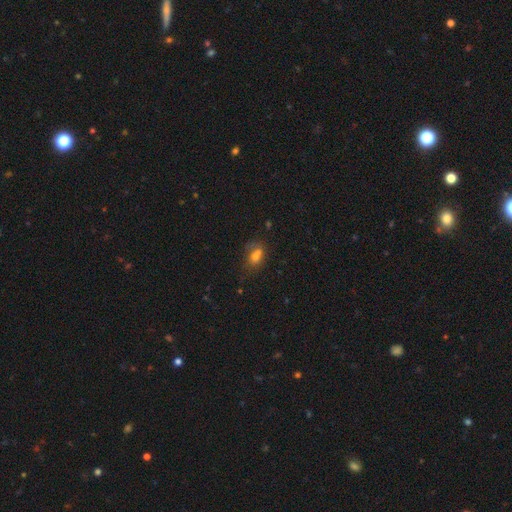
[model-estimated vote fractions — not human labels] smooth_or_featured: smooth (p=0.66) [alt: featured or disk p=0.18]
how_rounded: in between (p=0.71) [alt: round p=0.25]
merging: none (p=0.41) [alt: merger p=0.31]